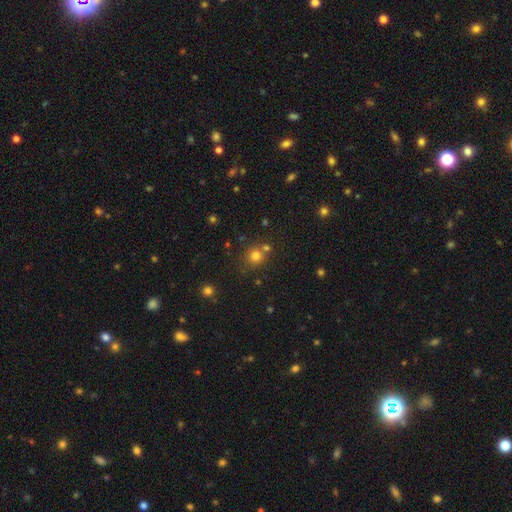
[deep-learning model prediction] smooth-or-featured: smooth: 76% | star or artifact: 16% | featured or disk: 7%
  how-rounded: round: 88% | in between: 11% | cigar-shaped: 1%
  merging: none: 68% | merger: 20% | minor disturbance: 9% | major disturbance: 3%